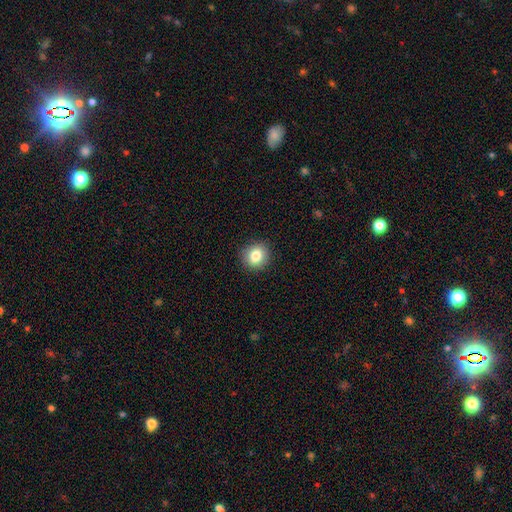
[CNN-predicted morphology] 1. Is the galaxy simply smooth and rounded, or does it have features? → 83% smooth, 10% star or artifact, 8% featured or disk.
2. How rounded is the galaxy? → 84% round, 15% in between, 1% cigar-shaped.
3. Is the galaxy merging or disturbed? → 91% none, 6% minor disturbance, 2% major disturbance, 1% merger.